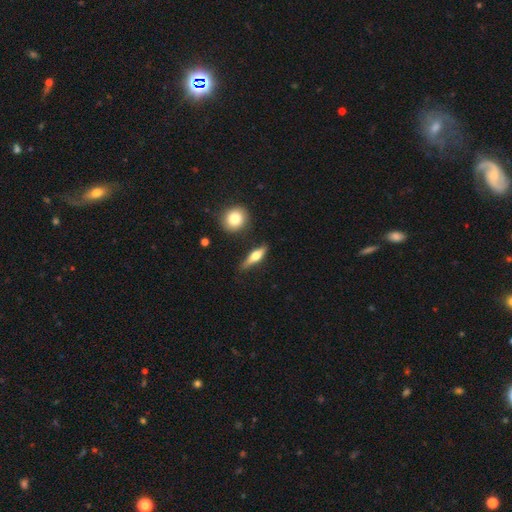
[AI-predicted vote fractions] Morphology: type=smooth (48%); merging=none (79%).